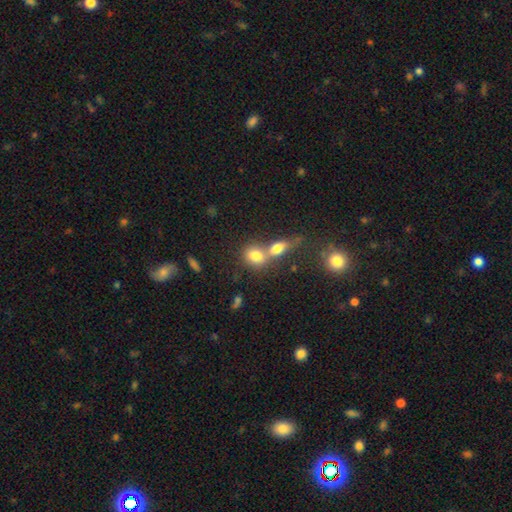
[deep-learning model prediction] smooth 77%, featured or disk 12%, star or artifact 11%. Down the decision tree: how rounded — round (53%); merging — merger (53%).